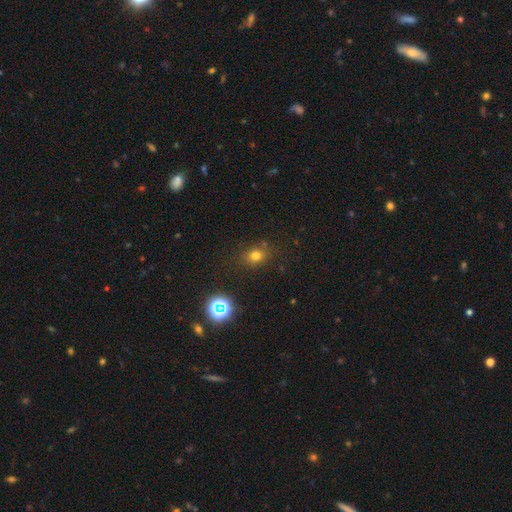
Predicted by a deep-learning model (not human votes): smooth-or-featured: smooth: 71% | star or artifact: 21% | featured or disk: 7%
  how-rounded: round: 63% | in between: 36% | cigar-shaped: 1%
  merging: none: 80% | minor disturbance: 12% | major disturbance: 4% | merger: 4%